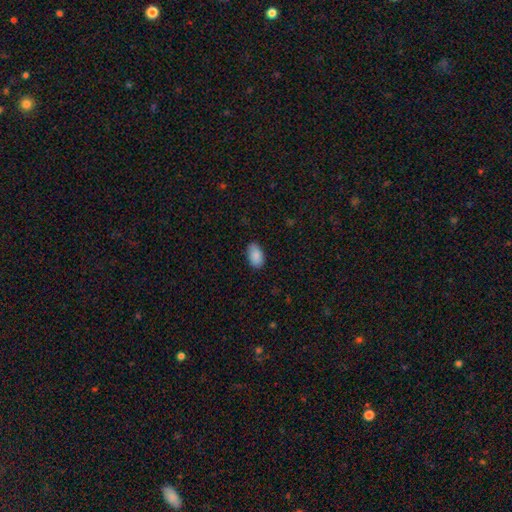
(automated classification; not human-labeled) smooth 89%, star or artifact 7%, featured or disk 5%. Down the decision tree: how rounded — in between (94%); merging — none (81%).